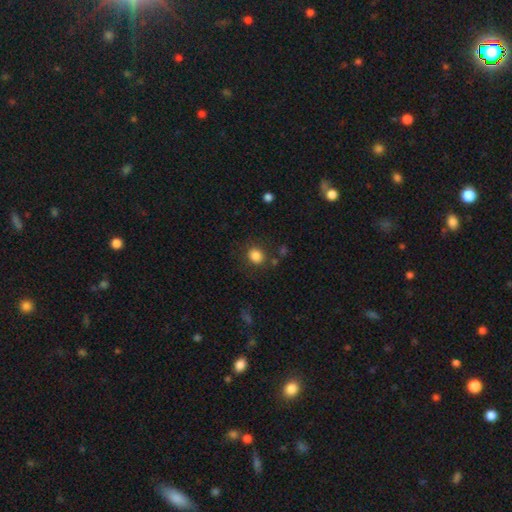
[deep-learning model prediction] Q: Smooth or featured?
A: smooth (85%); runner-up: star or artifact (11%)
Q: How rounded?
A: round (76%); runner-up: in between (23%)
Q: Merging?
A: none (82%); runner-up: minor disturbance (10%)